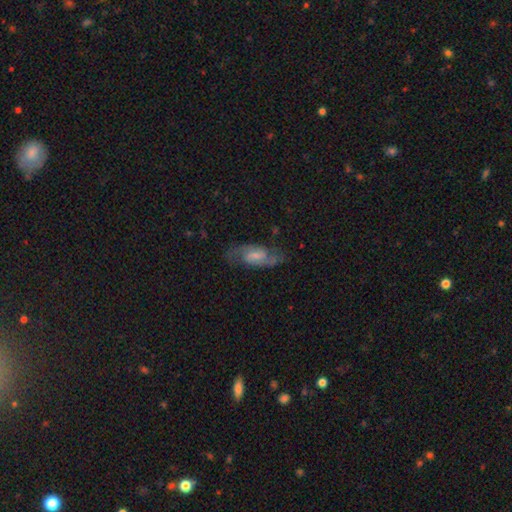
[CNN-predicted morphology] smooth_or_featured: featured or disk (p=0.77) [alt: smooth p=0.16]
disk_edge_on: no (p=0.94) [alt: yes p=0.06]
bar: weak (p=0.57) [alt: no p=0.22]
has_spiral_arms: yes (p=0.94) [alt: no p=0.06]
spiral_winding: medium (p=0.53) [alt: loose p=0.27]
spiral_arm_count: 2 (p=0.89) [alt: can't tell p=0.06]
bulge_size: small (p=0.40) [alt: moderate p=0.28]
merging: none (p=0.75) [alt: minor disturbance p=0.17]